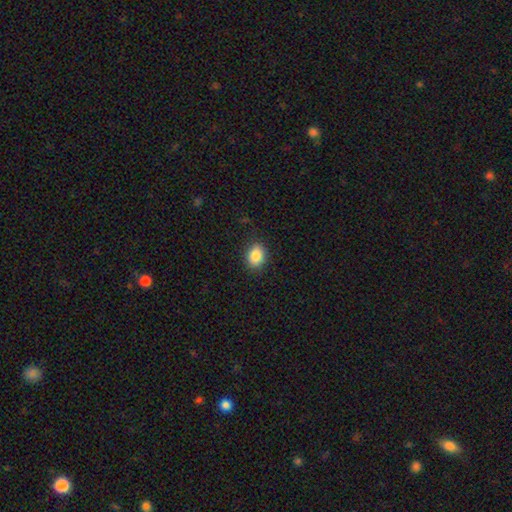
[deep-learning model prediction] smooth 86%, star or artifact 9%, featured or disk 6%. Down the decision tree: how rounded — in between (59%); merging — none (87%).